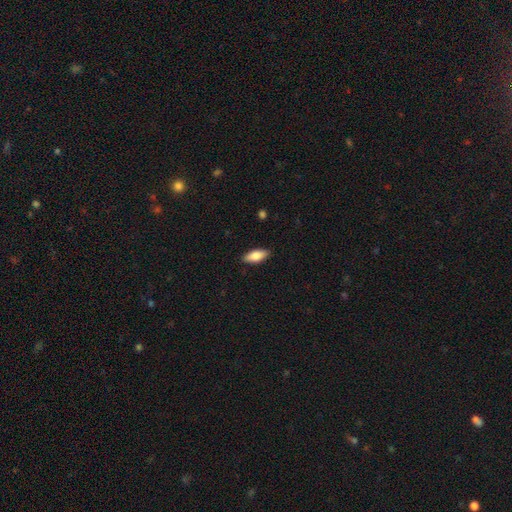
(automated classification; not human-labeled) The model was most divided on "how rounded": in between: 82%, cigar-shaped: 16%, round: 2%. More confident: merging — none (88%); smooth or featured — smooth (82%).